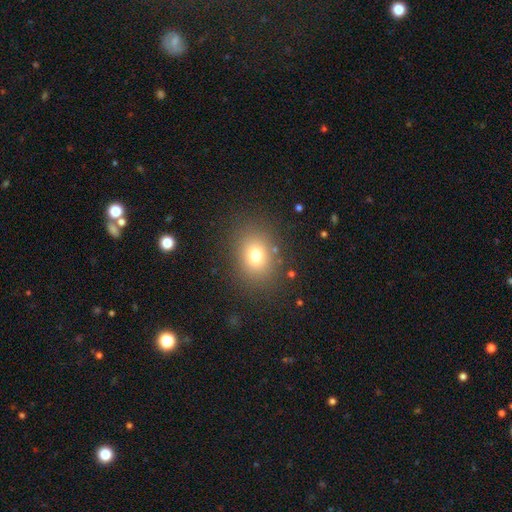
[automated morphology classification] smooth_or_featured: smooth (p=0.74) [alt: star or artifact p=0.16]
how_rounded: round (p=0.55) [alt: in between p=0.44]
merging: none (p=0.85) [alt: minor disturbance p=0.09]